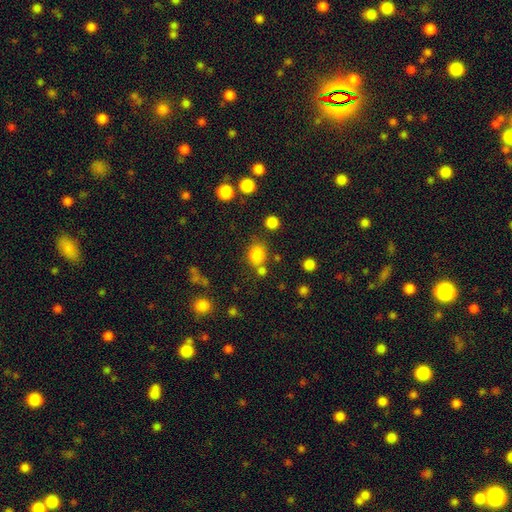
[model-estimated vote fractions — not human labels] smooth_or_featured: smooth (p=0.81) [alt: star or artifact p=0.14]
how_rounded: round (p=0.59) [alt: in between p=0.40]
merging: none (p=0.67) [alt: merger p=0.15]